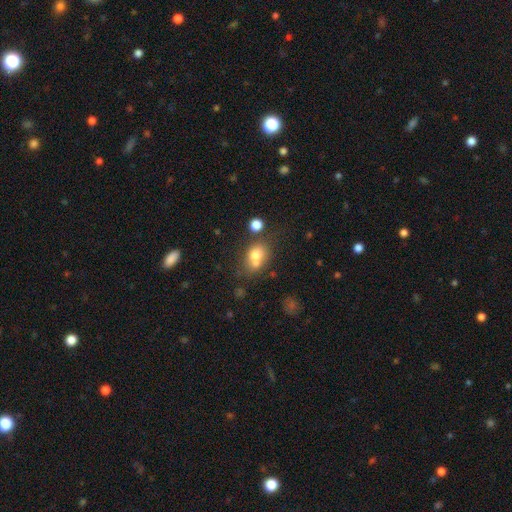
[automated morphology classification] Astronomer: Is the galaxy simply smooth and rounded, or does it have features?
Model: smooth — 72%.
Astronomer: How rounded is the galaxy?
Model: in between — 53% (runner-up: round, 46%).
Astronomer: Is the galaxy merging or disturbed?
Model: none — 41% (runner-up: merger, 37%).